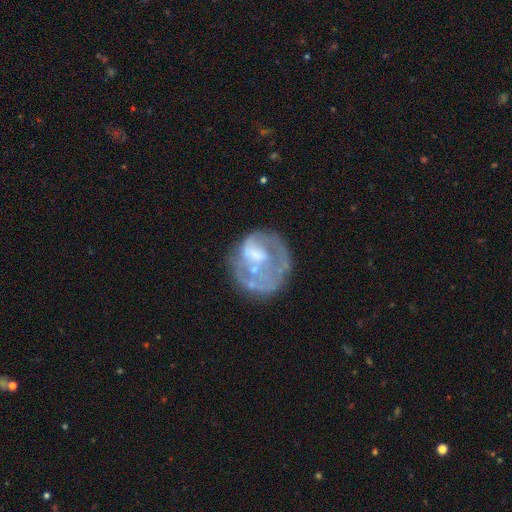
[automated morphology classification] Smooth or featured?
  - featured or disk: 63% *
  - smooth: 29%
  - star or artifact: 8%
Edge-on disk?
  - no: 98% *
  - yes: 2%
Bar?
  - no: 71% *
  - weak: 22%
  - strong: 6%
Spiral arms?
  - no: 67% *
  - yes: 33%
Bulge size?
  - none: 38% *
  - moderate: 28%
  - small: 24%
  - large: 7%
  - dominant: 2%
Merging?
  - none: 42% *
  - major disturbance: 30%
  - minor disturbance: 20%
  - merger: 8%